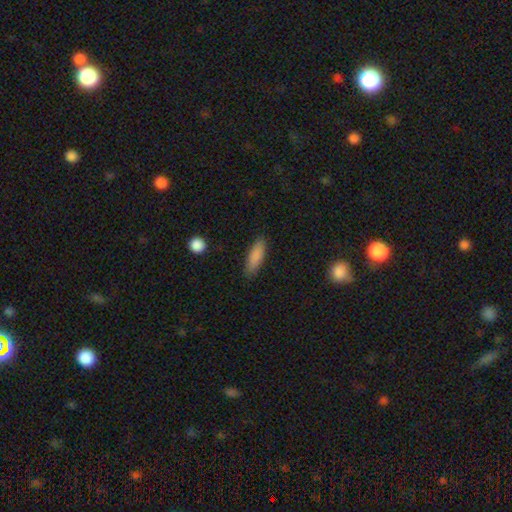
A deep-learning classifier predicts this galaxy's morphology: smooth_or_featured: smooth (p=0.85) [alt: featured or disk p=0.08]
how_rounded: cigar-shaped (p=0.50) [alt: in between p=0.49]
merging: none (p=0.85) [alt: minor disturbance p=0.11]